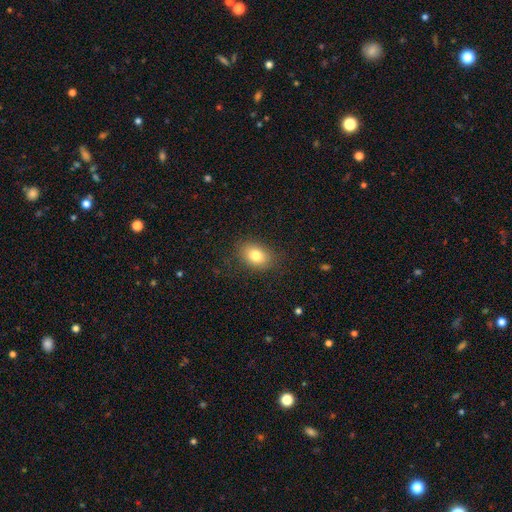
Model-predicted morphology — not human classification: Q: Smooth or featured?
A: smooth (80%); runner-up: featured or disk (10%)
Q: How rounded?
A: in between (74%); runner-up: round (25%)
Q: Merging?
A: none (84%); runner-up: minor disturbance (12%)